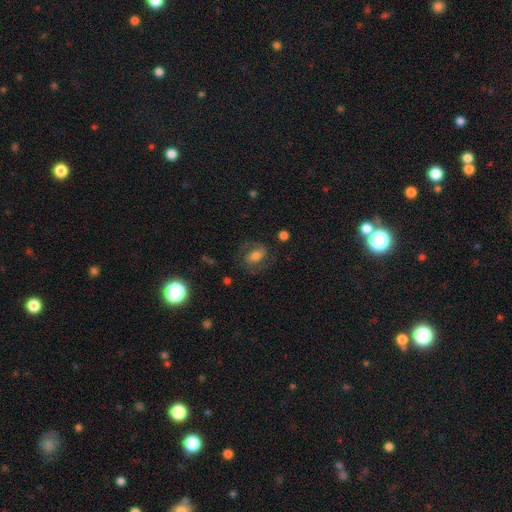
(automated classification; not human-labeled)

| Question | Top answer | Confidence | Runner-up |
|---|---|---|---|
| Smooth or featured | featured or disk | 51% | smooth (38%) |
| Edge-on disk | no | 96% | yes (4%) |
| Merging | none | 66% | minor disturbance (18%) |